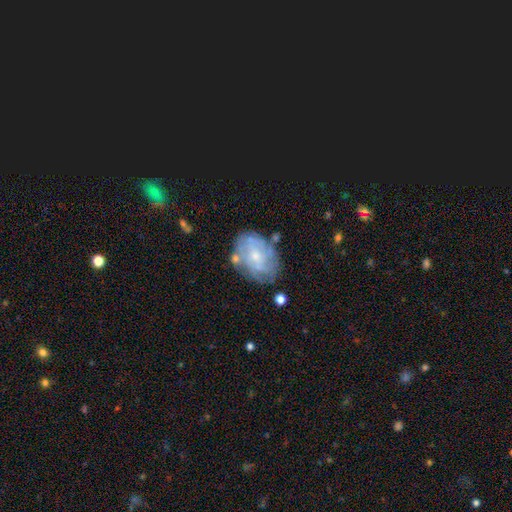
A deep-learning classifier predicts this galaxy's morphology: type=featured or disk (66%); edge-on=no (97%); bar=no (77%); spiral arms=yes (70%); bulge=small (62%); merging=none (66%).